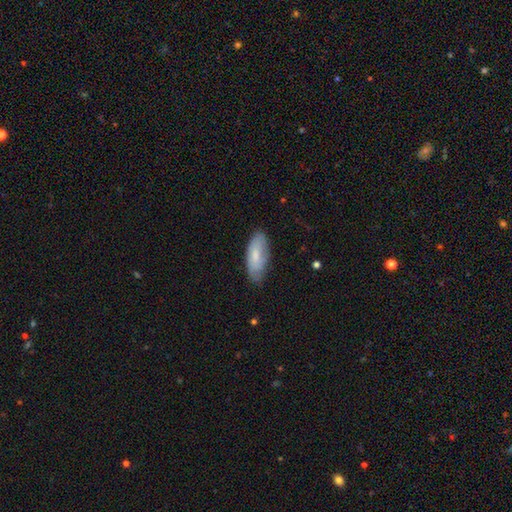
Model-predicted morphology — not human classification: A smooth galaxy with no disk features (73%) that is in between round and cigar-shaped (82%).

Vote fractions:
- Smooth or featured? smooth: 73% / featured or disk: 21% / star or artifact: 6%
- How rounded? in between: 82% / cigar-shaped: 16% / round: 2%
- Merging? none: 71% / minor disturbance: 23% / major disturbance: 4% / merger: 1%